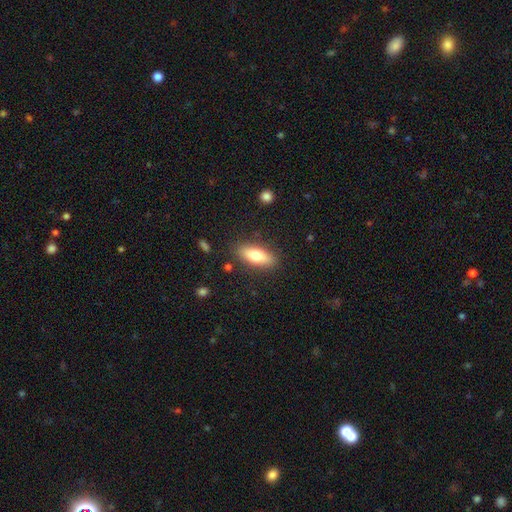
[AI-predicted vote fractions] Q: Smooth or featured?
A: smooth (74%); runner-up: featured or disk (19%)
Q: How rounded?
A: in between (69%); runner-up: cigar-shaped (28%)
Q: Merging?
A: none (85%); runner-up: minor disturbance (10%)